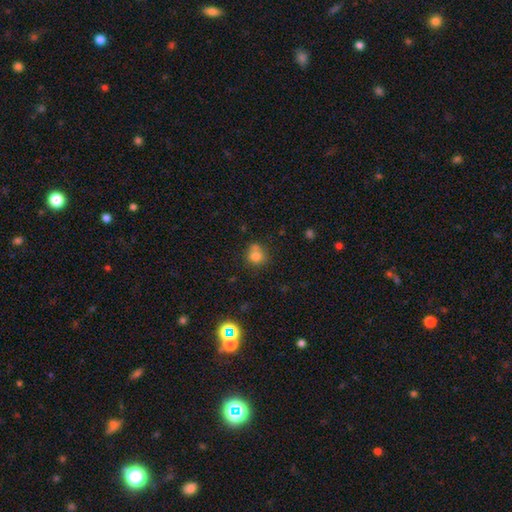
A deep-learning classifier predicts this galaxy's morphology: This is likely a smooth galaxy (77%). How rounded: clearly round (85%). Merging: possibly none (57%).